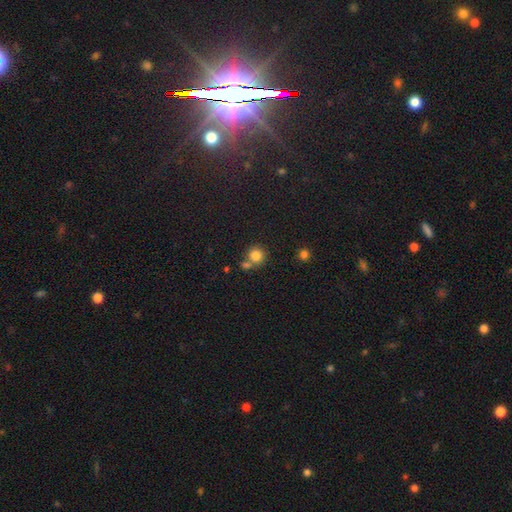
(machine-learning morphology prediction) The model was most divided on "merging": none: 62%, merger: 27%, minor disturbance: 8%, major disturbance: 3%. More confident: how rounded — round (92%); smooth or featured — smooth (81%).